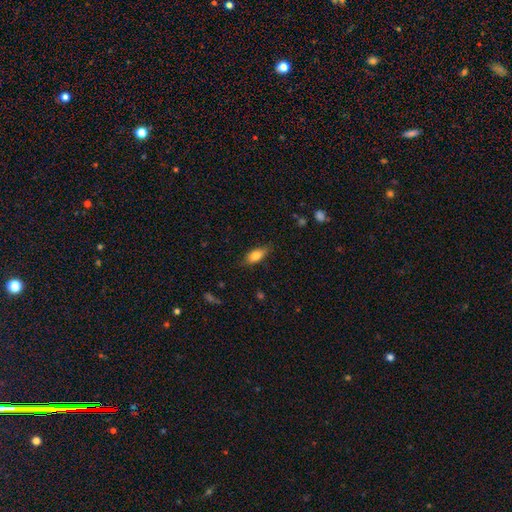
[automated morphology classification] Smooth or featured? Predicted: smooth (p=0.78). How rounded? Predicted: in between (p=0.80). Merging? Predicted: none (p=0.74).